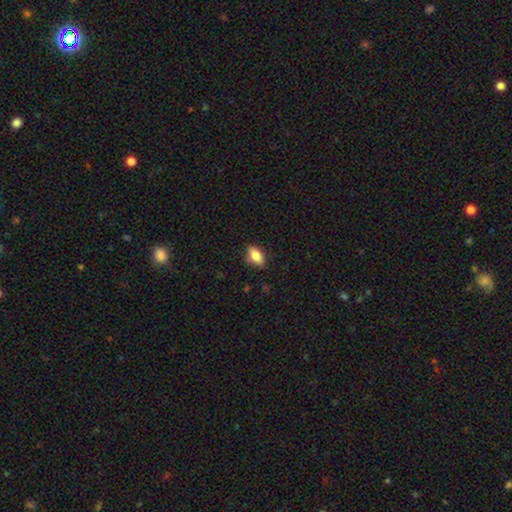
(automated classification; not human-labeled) A smooth galaxy with no disk features (77%) that is in between round and cigar-shaped (84%).

Vote fractions:
- Smooth or featured? smooth: 77% / featured or disk: 15% / star or artifact: 8%
- How rounded? in between: 84% / cigar-shaped: 9% / round: 7%
- Merging? none: 83% / minor disturbance: 13% / major disturbance: 3% / merger: 1%